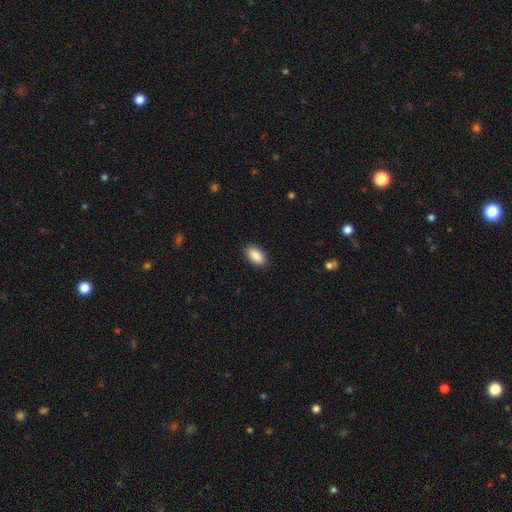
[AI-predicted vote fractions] smooth 90%, star or artifact 7%, featured or disk 3%. Down the decision tree: how rounded — in between (94%); merging — none (89%).